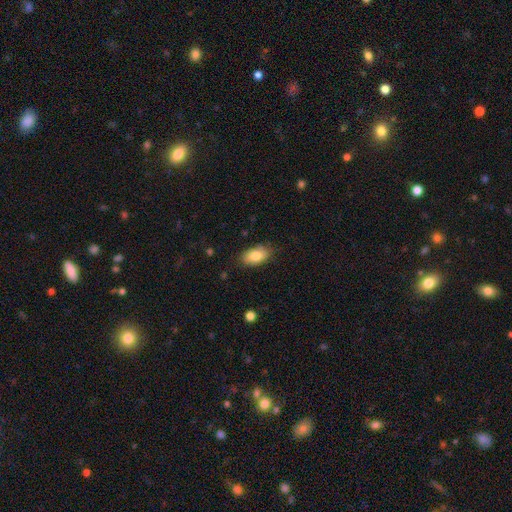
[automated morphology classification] smooth_or_featured: smooth (p=0.82) [alt: featured or disk p=0.11]
how_rounded: in between (p=0.92) [alt: round p=0.06]
merging: none (p=0.81) [alt: minor disturbance p=0.15]